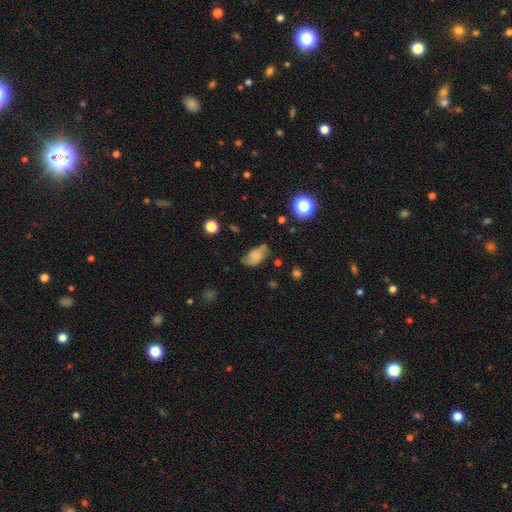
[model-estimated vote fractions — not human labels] A smooth galaxy with no disk features (53%) that is in between round and cigar-shaped (90%).

Vote fractions:
- Smooth or featured? smooth: 53% / featured or disk: 37% / star or artifact: 10%
- How rounded? in between: 90% / round: 7% / cigar-shaped: 3%
- Merging? none: 59% / minor disturbance: 29% / major disturbance: 9% / merger: 2%